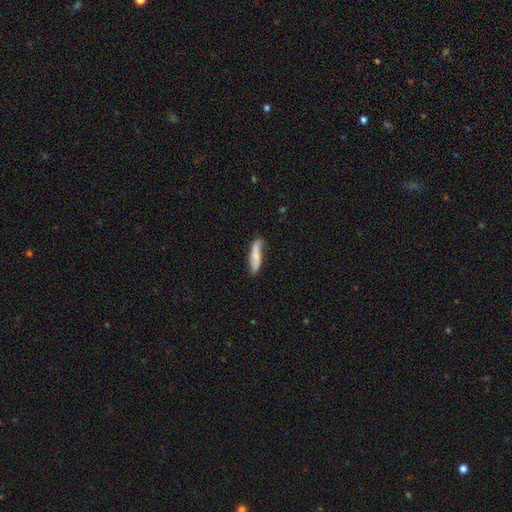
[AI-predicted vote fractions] A smooth galaxy with no disk features (58%) that is cigar-shaped (61%). Merging: none (68%).